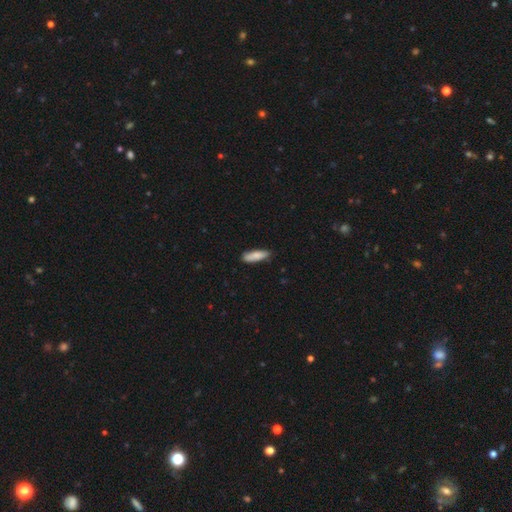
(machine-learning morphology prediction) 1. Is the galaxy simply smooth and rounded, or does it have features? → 83% smooth, 11% featured or disk, 6% star or artifact.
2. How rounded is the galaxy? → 56% cigar-shaped, 43% in between, 2% round.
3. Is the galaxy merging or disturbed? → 80% none, 16% minor disturbance, 2% major disturbance, 1% merger.